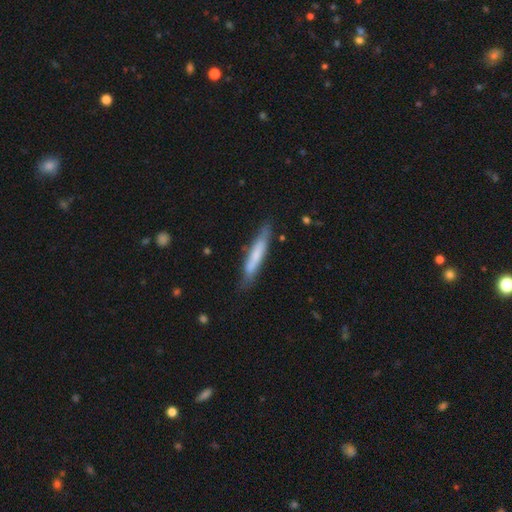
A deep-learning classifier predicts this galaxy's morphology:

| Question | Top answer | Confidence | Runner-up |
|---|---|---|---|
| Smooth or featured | smooth | 60% | featured or disk (35%) |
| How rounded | cigar-shaped | 91% | in between (8%) |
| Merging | none | 78% | minor disturbance (16%) |